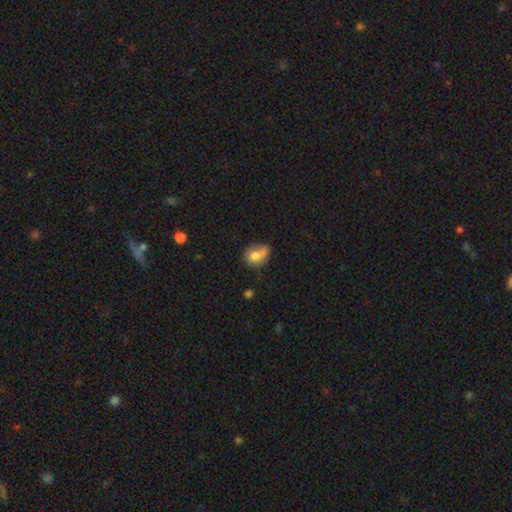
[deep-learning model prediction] Smooth or featured?
  - smooth: 71% *
  - featured or disk: 20%
  - star or artifact: 9%
How rounded?
  - in between: 51% *
  - round: 47%
  - cigar-shaped: 1%
Merging?
  - none: 40% *
  - minor disturbance: 31%
  - major disturbance: 16%
  - merger: 14%